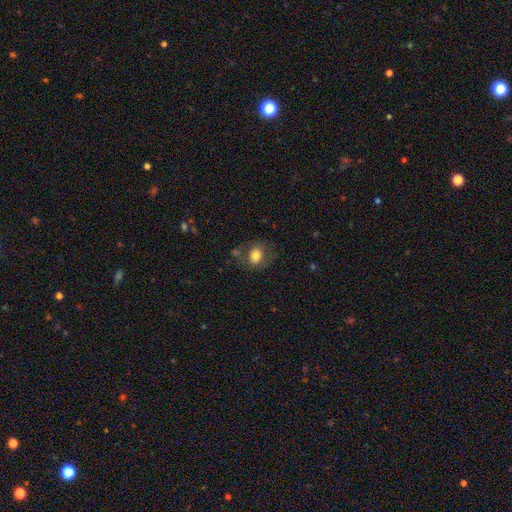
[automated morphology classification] A smooth galaxy with no disk features (75%) that is round (56%). Merging: none (66%).